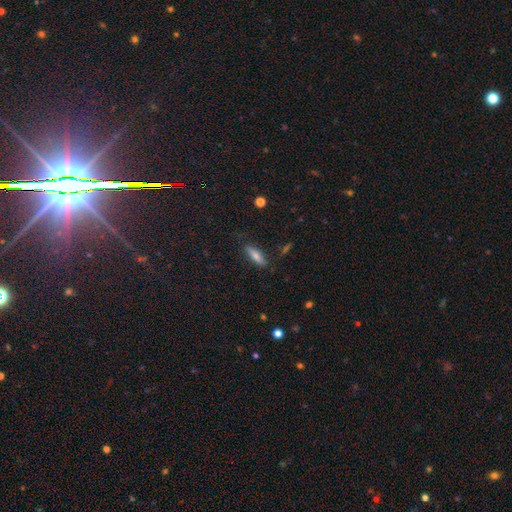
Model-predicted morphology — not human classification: Smooth or featured: smooth — 70% (featured or disk — 22%)
How rounded: cigar-shaped — 58% (in between — 40%)
Merging: none — 79% (minor disturbance — 16%)